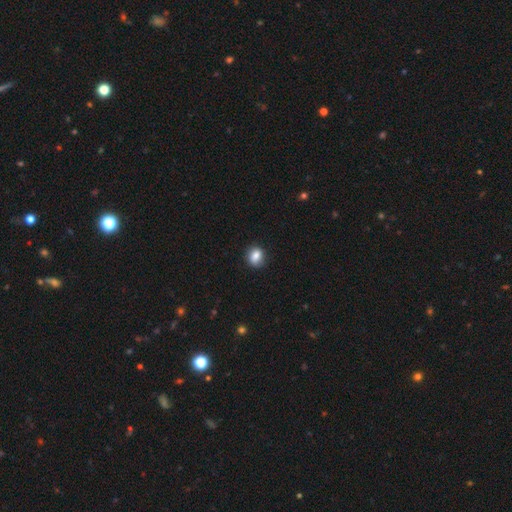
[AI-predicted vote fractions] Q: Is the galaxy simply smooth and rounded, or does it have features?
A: smooth — 83%.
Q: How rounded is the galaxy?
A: round — 59%.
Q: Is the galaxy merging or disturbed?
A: none — 84%.